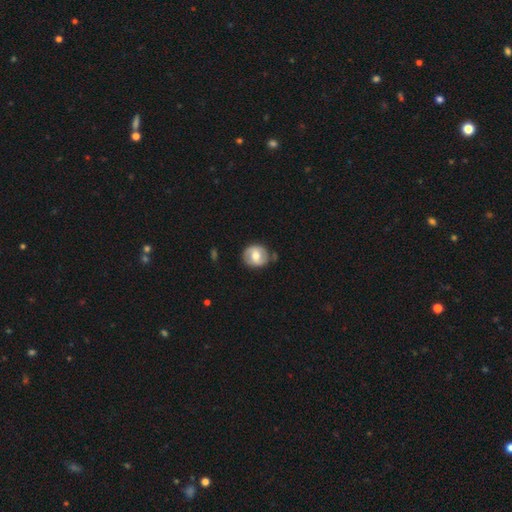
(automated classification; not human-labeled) Q: Smooth or featured?
A: smooth (53%); runner-up: featured or disk (40%)
Q: How rounded?
A: round (77%); runner-up: in between (22%)
Q: Merging?
A: none (75%); runner-up: minor disturbance (18%)